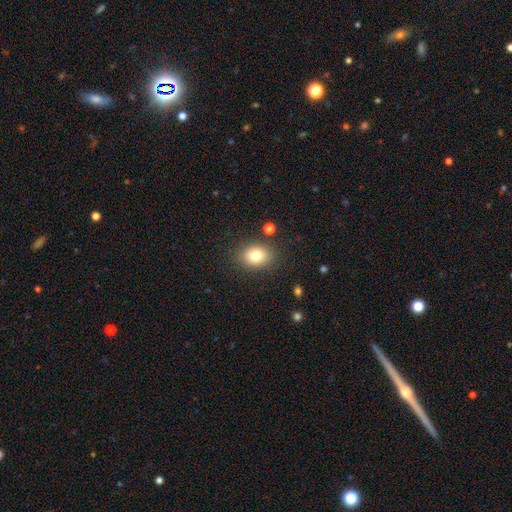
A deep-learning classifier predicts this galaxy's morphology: smooth-or-featured: smooth: 80% | star or artifact: 11% | featured or disk: 9%
  how-rounded: in between: 56% | round: 43% | cigar-shaped: 1%
  merging: none: 85% | minor disturbance: 9% | major disturbance: 3% | merger: 2%